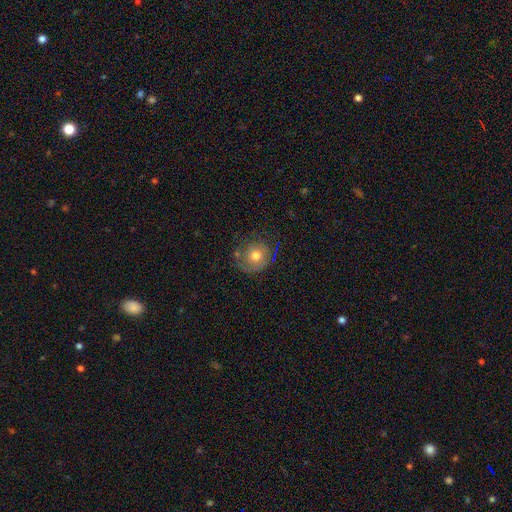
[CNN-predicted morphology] A smooth galaxy with no disk features (58%) that is round (81%).

Vote fractions:
- Smooth or featured? smooth: 58% / featured or disk: 32% / star or artifact: 10%
- How rounded? round: 81% / in between: 18% / cigar-shaped: 1%
- Merging? none: 61% / minor disturbance: 24% / major disturbance: 12% / merger: 4%